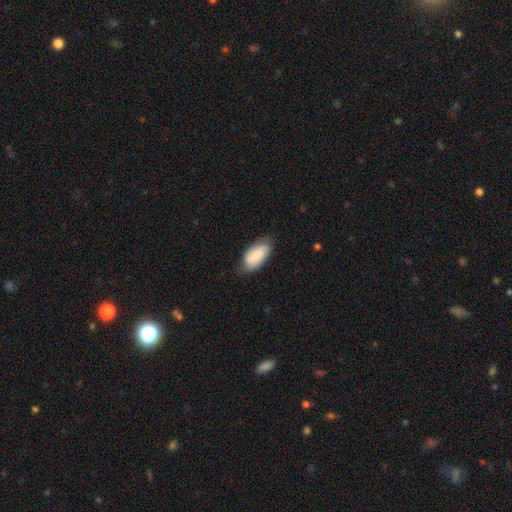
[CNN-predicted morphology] This appears to be a smooth galaxy with no disk features (72%) that is in between round and cigar-shaped (93%). Merging: none (67%).